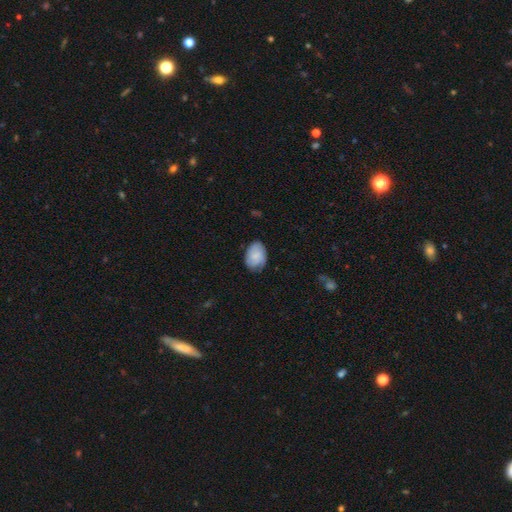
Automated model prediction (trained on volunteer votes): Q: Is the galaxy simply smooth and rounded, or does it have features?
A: smooth — 64%.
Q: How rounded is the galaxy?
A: in between — 80%.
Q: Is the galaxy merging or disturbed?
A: none — 71%.